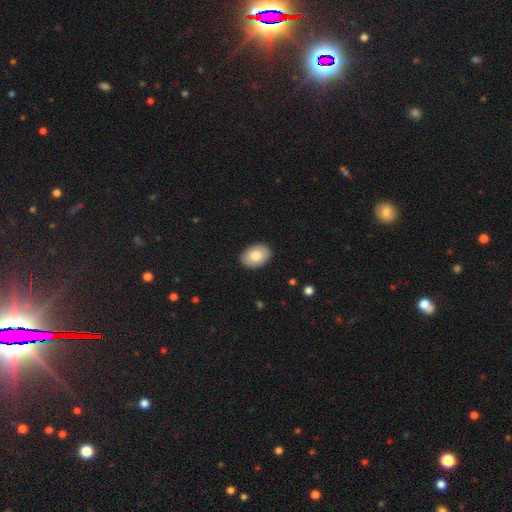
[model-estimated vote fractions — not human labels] Smooth or featured: smooth — 81% (featured or disk — 13%)
How rounded: in between — 85% (round — 14%)
Merging: none — 90% (minor disturbance — 7%)